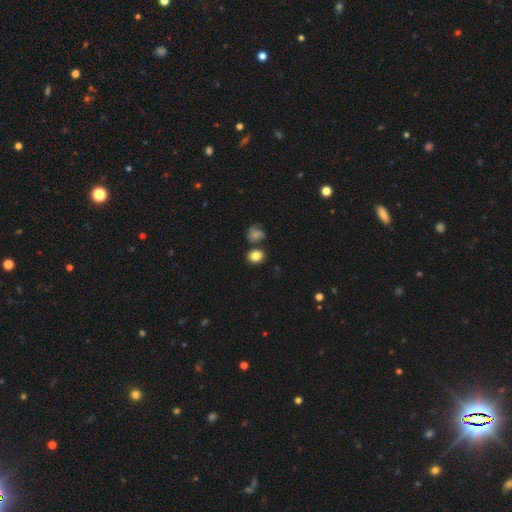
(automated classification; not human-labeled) smooth-or-featured: smooth: 83% | star or artifact: 10% | featured or disk: 7%
  how-rounded: round: 55% | in between: 44% | cigar-shaped: 1%
  merging: none: 73% | minor disturbance: 13% | merger: 11% | major disturbance: 4%